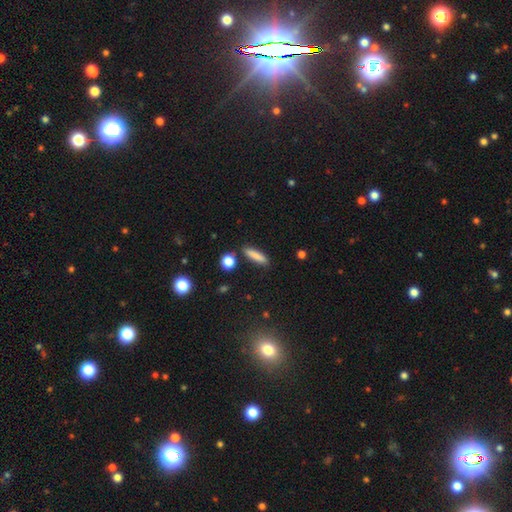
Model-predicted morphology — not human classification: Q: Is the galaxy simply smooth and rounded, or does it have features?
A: smooth — 84%.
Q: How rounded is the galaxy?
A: cigar-shaped — 77%.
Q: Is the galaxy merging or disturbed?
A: none — 84%.